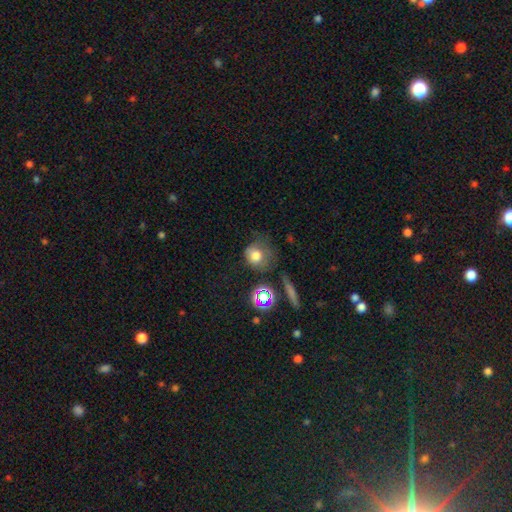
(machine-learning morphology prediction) A smooth galaxy with no disk features (71%) that is round (78%). Merging: none (46%).